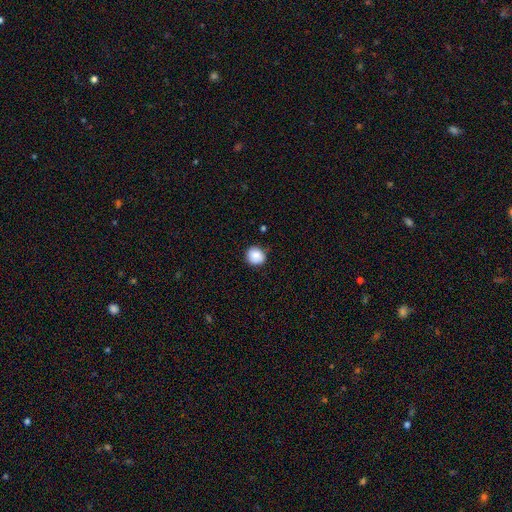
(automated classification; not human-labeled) Smooth or featured? smooth (87%)
How rounded? round (86%)
Merging? none (83%)